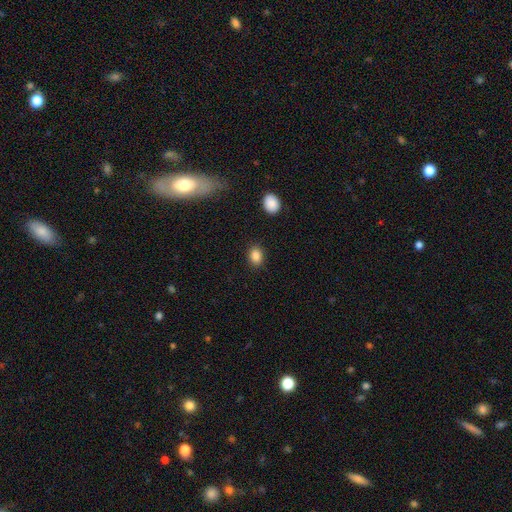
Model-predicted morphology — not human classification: Smooth or featured: smooth — 87% (star or artifact — 9%)
How rounded: in between — 68% (round — 30%)
Merging: none — 87% (minor disturbance — 8%)